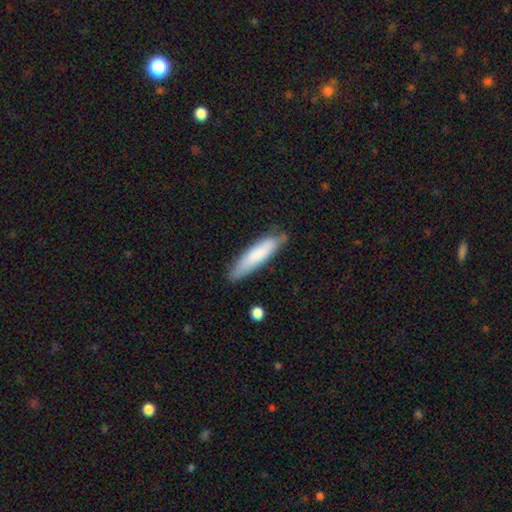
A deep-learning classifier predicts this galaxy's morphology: A smooth galaxy with no disk features (77%) that is cigar-shaped (77%). Merging: none (76%).